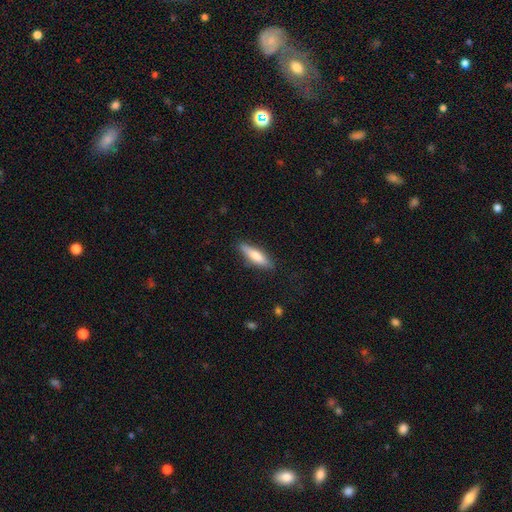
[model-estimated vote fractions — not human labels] smooth 68%, featured or disk 26%, star or artifact 6%. Down the decision tree: how rounded — cigar-shaped (66%); merging — none (85%).